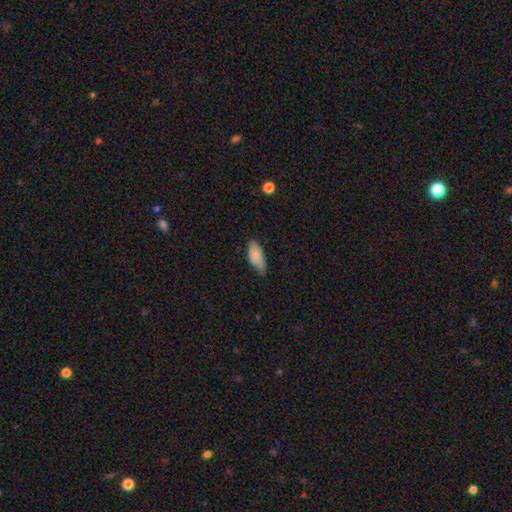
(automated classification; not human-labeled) Smooth or featured? Predicted: smooth (p=0.80). How rounded? Predicted: in between (p=0.86). Merging? Predicted: none (p=0.55).